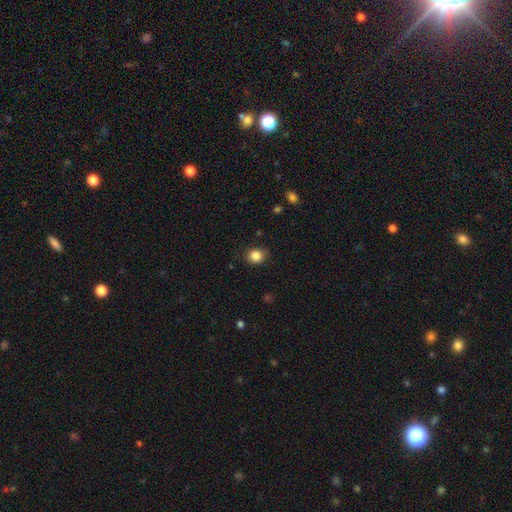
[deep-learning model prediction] This appears to be a smooth galaxy with no disk features (85%) that is round (75%). Merging: none (84%).